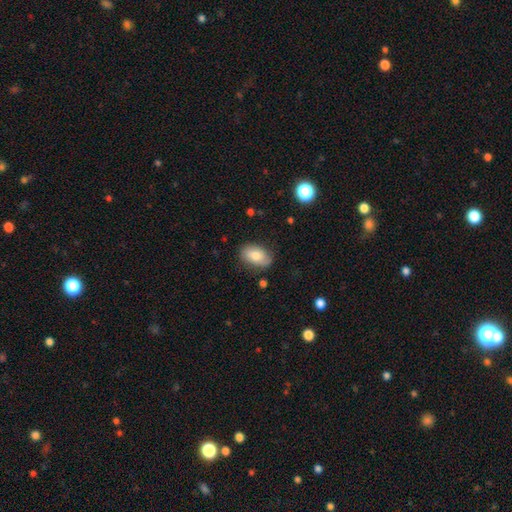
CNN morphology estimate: Smooth or featured?
  - smooth: 70% *
  - featured or disk: 22%
  - star or artifact: 7%
How rounded?
  - in between: 90% *
  - round: 9%
  - cigar-shaped: 1%
Merging?
  - none: 77% *
  - minor disturbance: 17%
  - major disturbance: 4%
  - merger: 1%